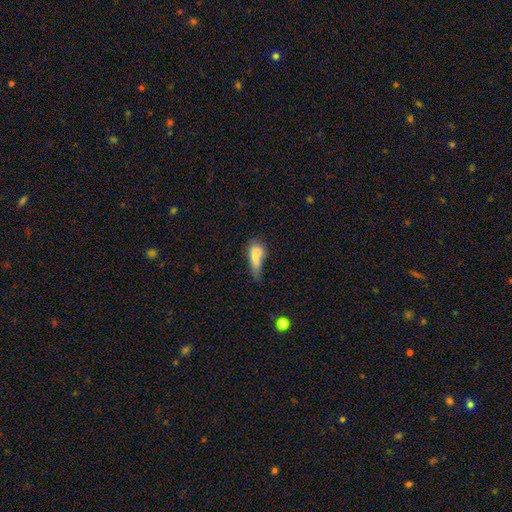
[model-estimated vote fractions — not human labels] Overall: smooth (75%). How rounded: in between (74%). Merging: minor disturbance (36%; major disturbance 29%).